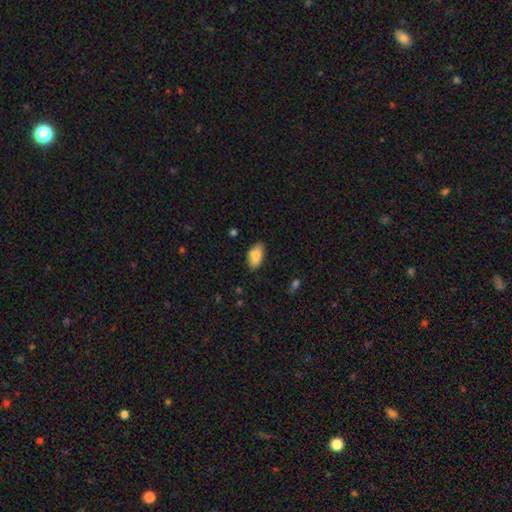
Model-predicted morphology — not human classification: Q: Smooth or featured?
A: smooth (84%); runner-up: featured or disk (9%)
Q: How rounded?
A: in between (93%); runner-up: round (4%)
Q: Merging?
A: none (75%); runner-up: minor disturbance (19%)